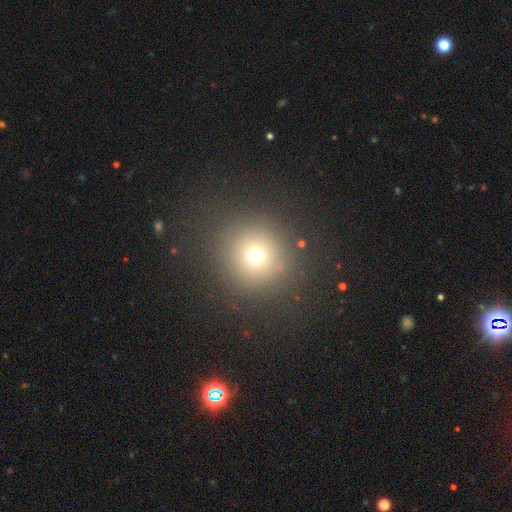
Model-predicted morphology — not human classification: Smooth or featured: smooth — 70% (star or artifact — 20%)
How rounded: round — 93% (in between — 6%)
Merging: none — 87% (minor disturbance — 7%)